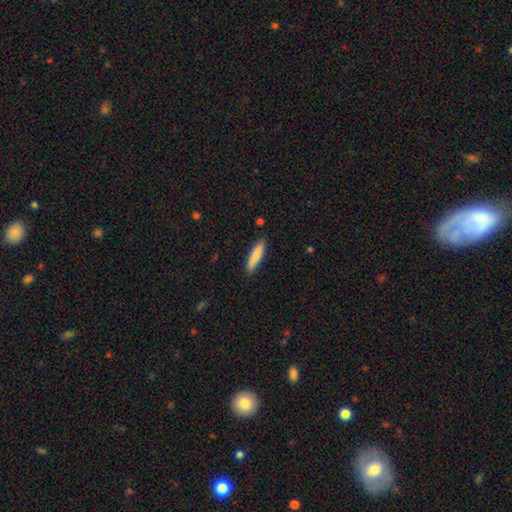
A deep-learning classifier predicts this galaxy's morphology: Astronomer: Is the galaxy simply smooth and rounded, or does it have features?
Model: smooth — 85%.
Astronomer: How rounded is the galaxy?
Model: cigar-shaped — 78%.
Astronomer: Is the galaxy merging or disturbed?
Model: none — 87%.